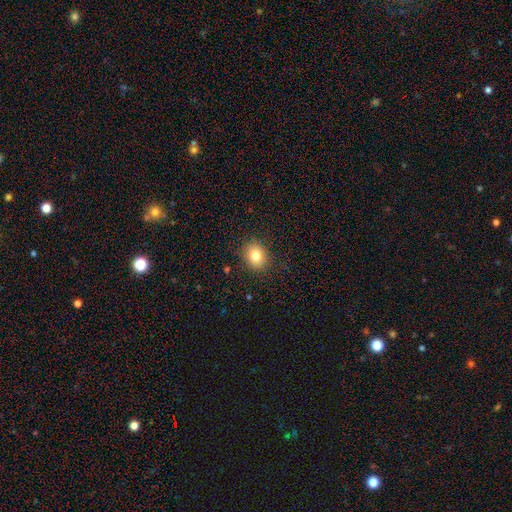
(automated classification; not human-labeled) Smooth or featured? Predicted: smooth (p=0.81). How rounded? Predicted: round (p=0.62). Merging? Predicted: none (p=0.87).